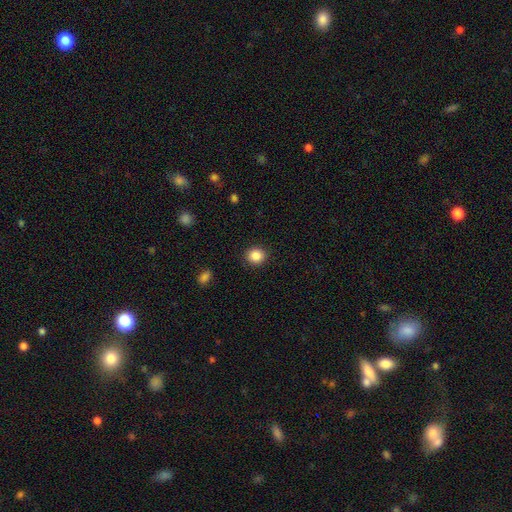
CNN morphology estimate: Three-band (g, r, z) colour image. It shows a smooth galaxy with no disk features (87%) that is round (84%). Merging: none (91%).